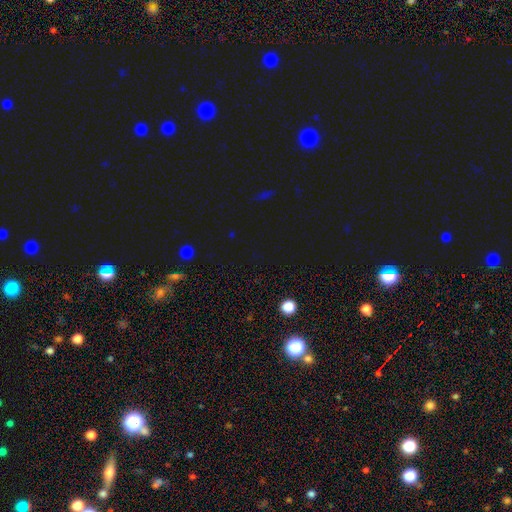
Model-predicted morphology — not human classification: Q: Smooth or featured?
A: star or artifact (71%); runner-up: smooth (23%)